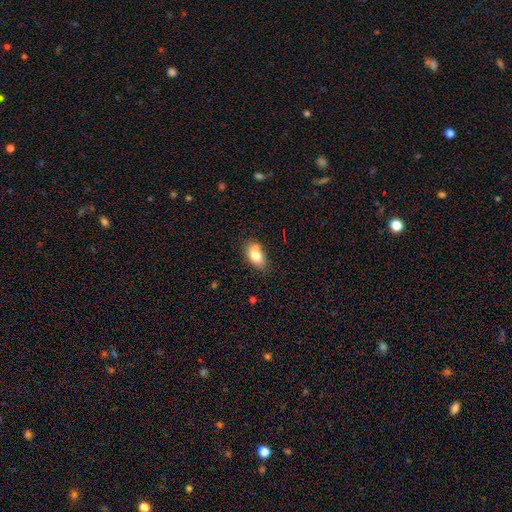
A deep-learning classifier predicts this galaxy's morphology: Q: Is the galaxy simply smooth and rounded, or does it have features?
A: smooth — 77%.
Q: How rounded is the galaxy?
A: in between — 88%.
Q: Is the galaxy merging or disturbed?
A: none — 61%.